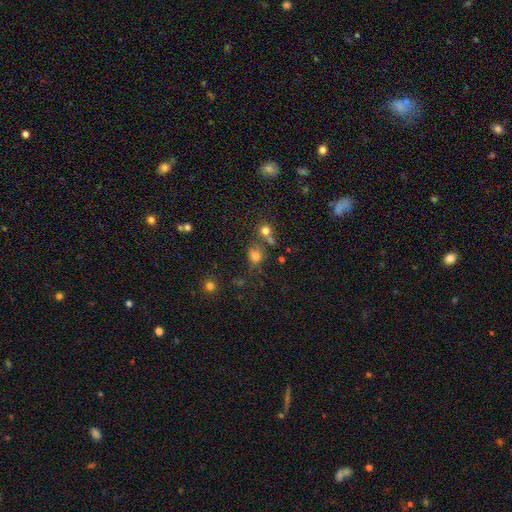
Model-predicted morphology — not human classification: This is likely a smooth galaxy (75%). How rounded: likely round (69%). Merging: possibly none (59%).